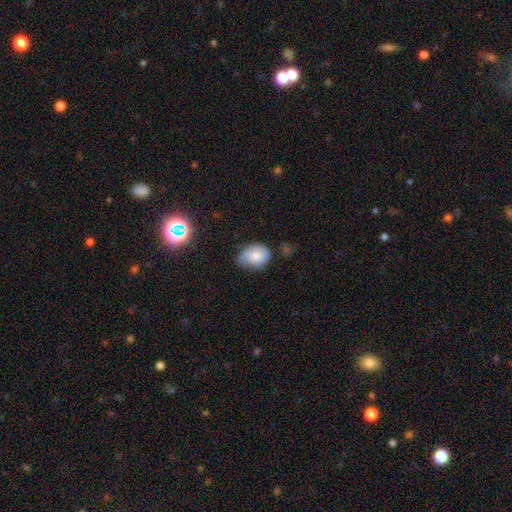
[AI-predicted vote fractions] This appears to be a smooth galaxy with no disk features (63%) that is in between round and cigar-shaped (64%). Merging: none (45%).